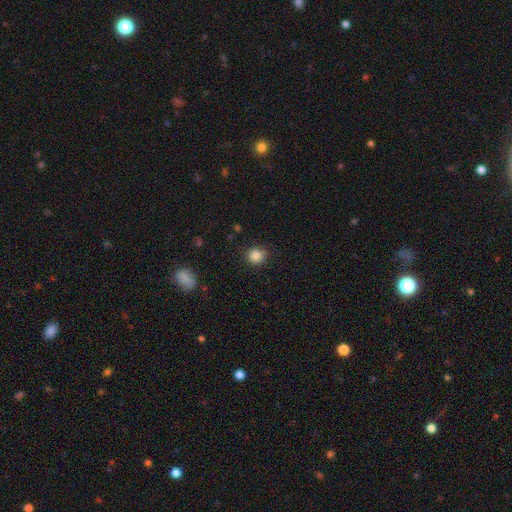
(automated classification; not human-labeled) Smooth or featured: smooth — 85% (star or artifact — 11%)
How rounded: round — 86% (in between — 13%)
Merging: none — 86% (minor disturbance — 10%)